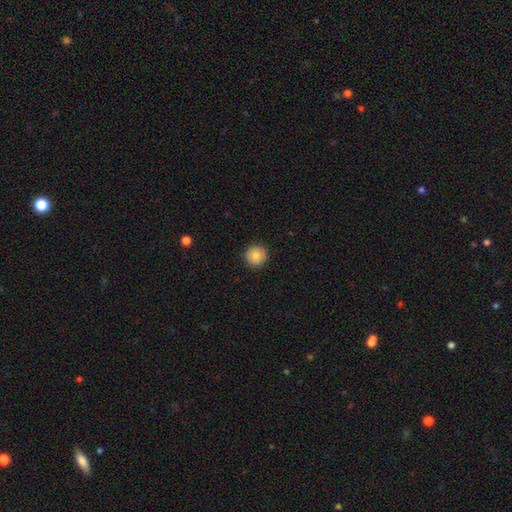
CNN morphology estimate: A smooth galaxy with no disk features (83%) that is round (95%). Merging: none (90%).